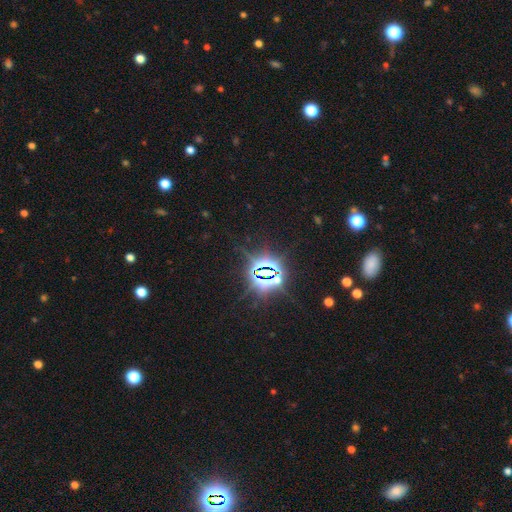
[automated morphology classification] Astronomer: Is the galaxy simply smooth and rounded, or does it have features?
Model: star or artifact — 83%.